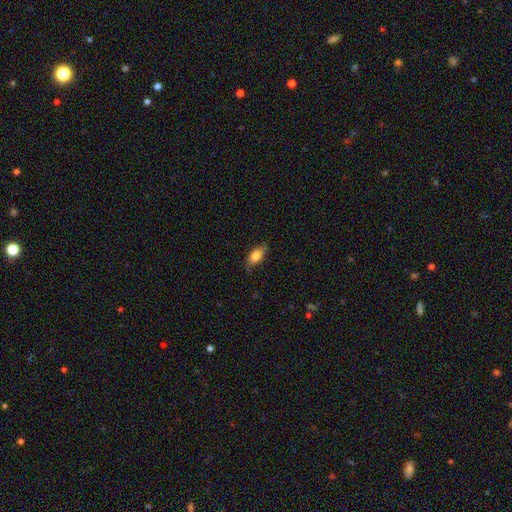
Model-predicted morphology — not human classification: type=smooth (78%); roundness=in between (85%); merging=none (75%).